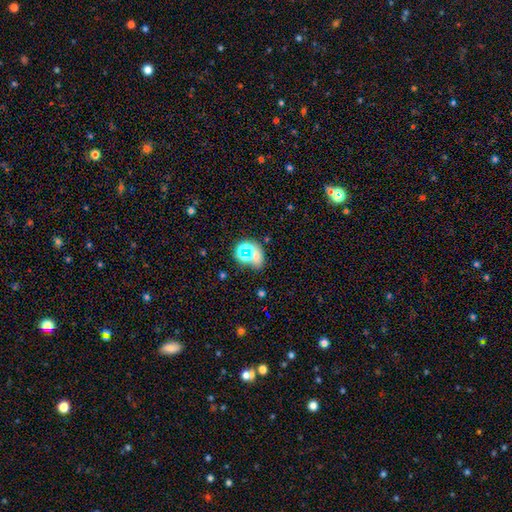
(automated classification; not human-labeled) This appears to be a smooth galaxy with no disk features (49%). Merging: none (61%).